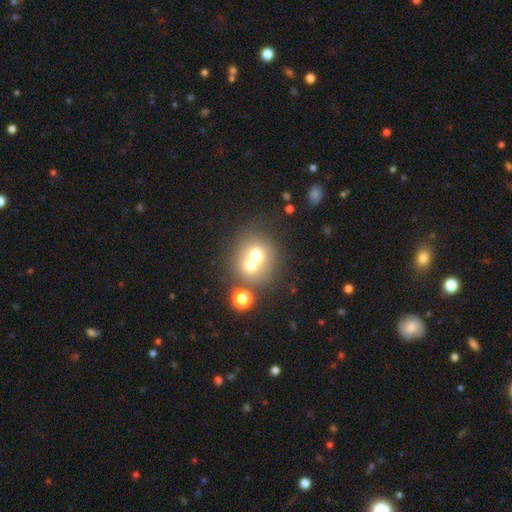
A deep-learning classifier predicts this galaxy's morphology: The model was most divided on "merging": merger: 57%, none: 33%, minor disturbance: 6%, major disturbance: 3%. More confident: how rounded — round (82%); smooth or featured — smooth (64%).